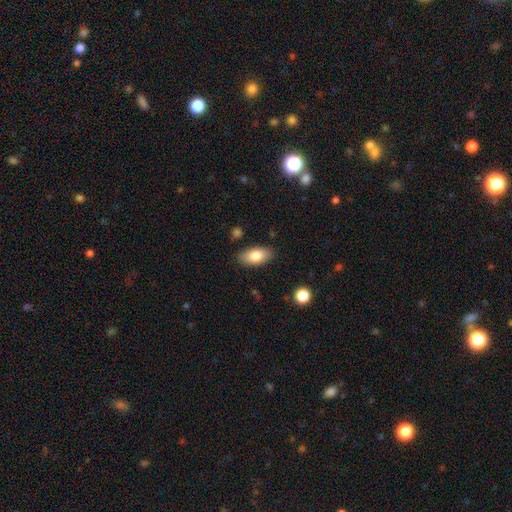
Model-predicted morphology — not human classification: type=smooth (81%); roundness=in between (92%); merging=none (86%).